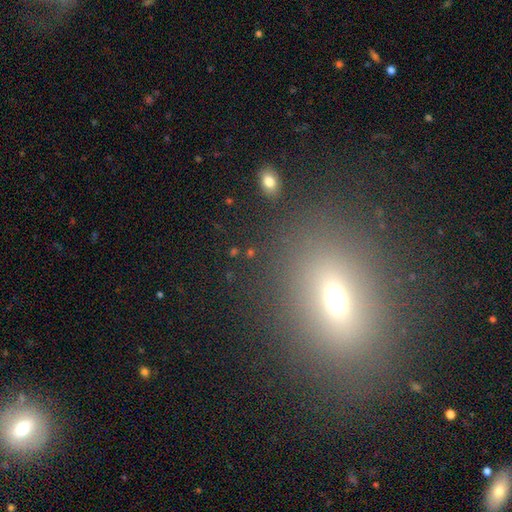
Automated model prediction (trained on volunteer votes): smooth 52%, star or artifact 30%, featured or disk 18%. Down the decision tree: how rounded — in between (62%); merging — none (85%).